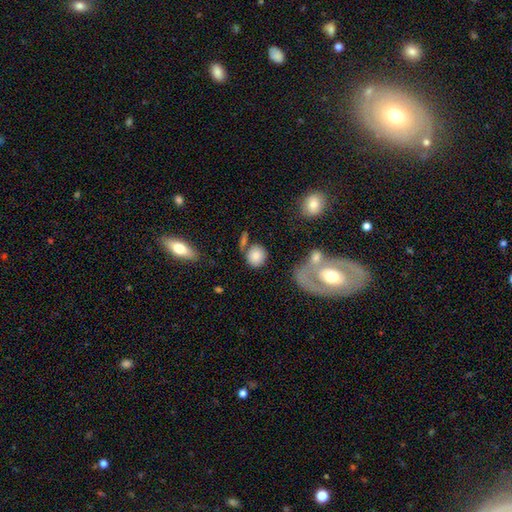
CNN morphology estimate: smooth_or_featured: smooth (p=0.82) [alt: featured or disk p=0.10]
how_rounded: round (p=0.81) [alt: in between p=0.18]
merging: none (p=0.63) [alt: merger p=0.16]